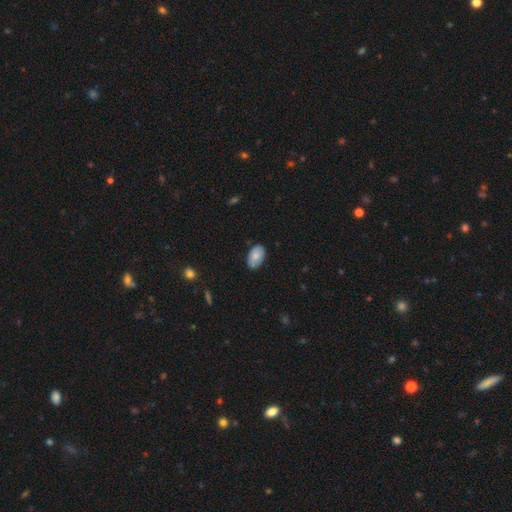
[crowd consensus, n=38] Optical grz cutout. It shows a smooth galaxy with no disk features (92%) that is in between round and cigar-shaped (100%). Merging: none (78%).